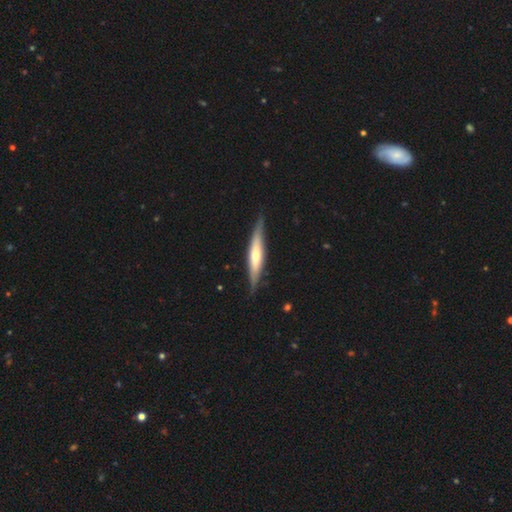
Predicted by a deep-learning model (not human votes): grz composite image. It shows a featured or disk galaxy (55%) viewed edge-on (91%). Merging: none (84%).